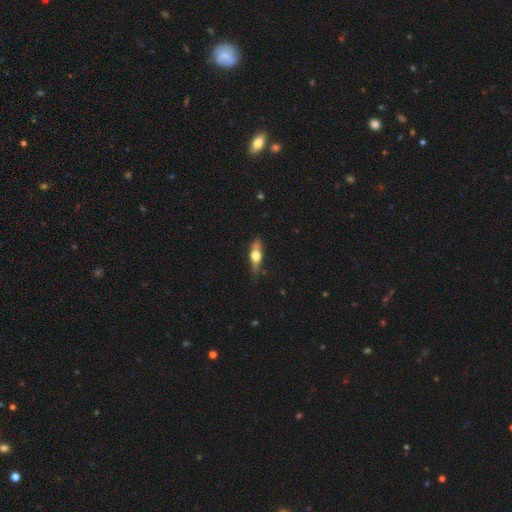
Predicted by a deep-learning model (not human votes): Smooth or featured: featured or disk — 48% (smooth — 45%)
Merging: none — 71% (minor disturbance — 20%)